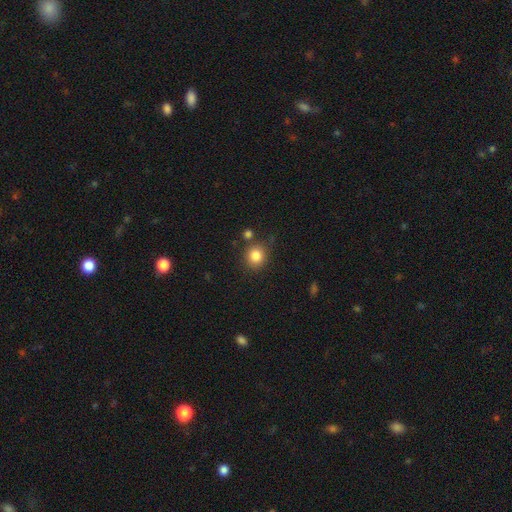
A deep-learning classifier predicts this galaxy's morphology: Smooth or featured? smooth (83%)
How rounded? round (85%)
Merging? none (77%)